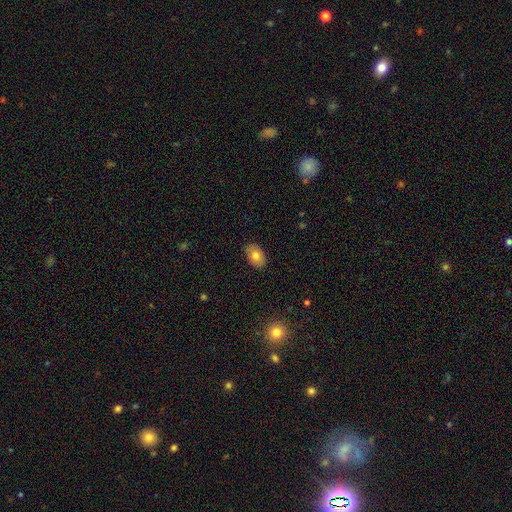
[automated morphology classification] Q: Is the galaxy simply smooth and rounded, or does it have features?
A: smooth — 77%.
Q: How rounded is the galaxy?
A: in between — 87%.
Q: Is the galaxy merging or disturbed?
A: none — 87%.